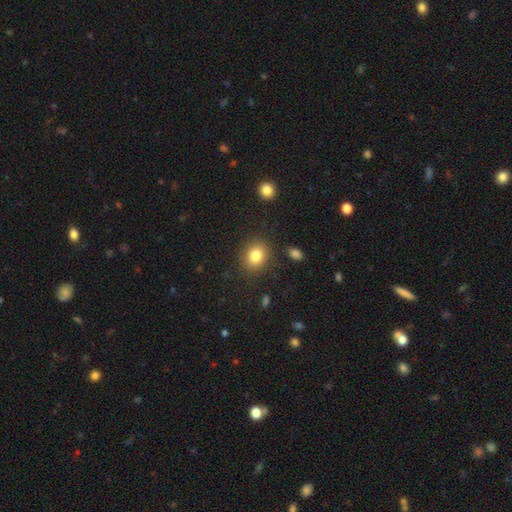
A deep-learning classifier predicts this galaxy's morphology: smooth 82%, star or artifact 10%, featured or disk 8%. Down the decision tree: how rounded — round (62%); merging — none (85%).